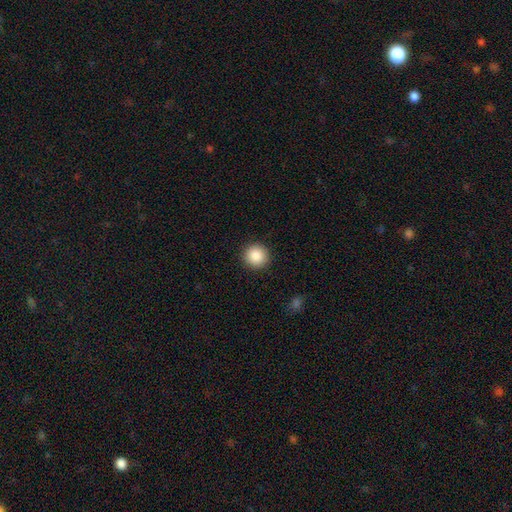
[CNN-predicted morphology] Smooth or featured? smooth (88%)
How rounded? round (95%)
Merging? none (92%)